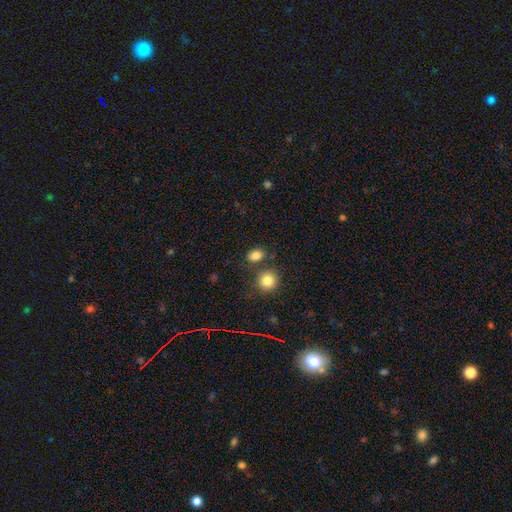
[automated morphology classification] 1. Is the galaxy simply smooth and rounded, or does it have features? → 83% smooth, 11% star or artifact, 6% featured or disk.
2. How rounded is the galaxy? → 61% in between, 38% round, 1% cigar-shaped.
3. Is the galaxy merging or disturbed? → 71% none, 14% merger, 11% minor disturbance, 4% major disturbance.